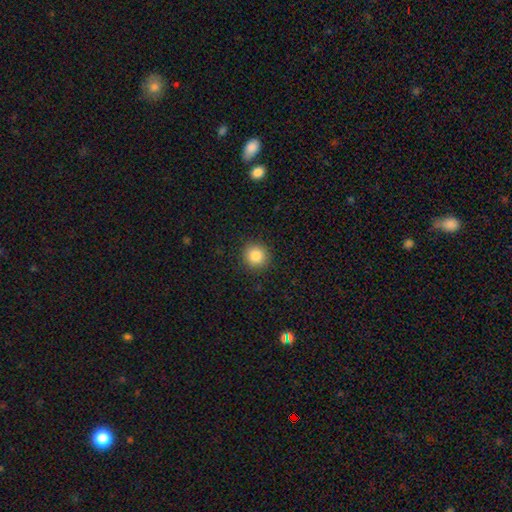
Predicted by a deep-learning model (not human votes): Q: Smooth or featured?
A: smooth (85%); runner-up: star or artifact (10%)
Q: How rounded?
A: round (93%); runner-up: in between (6%)
Q: Merging?
A: none (91%); runner-up: minor disturbance (6%)